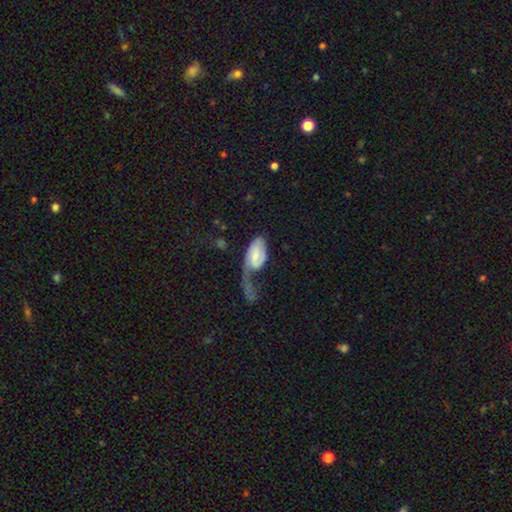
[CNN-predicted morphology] smooth_or_featured: featured or disk (p=0.49) [alt: smooth p=0.44]
merging: major disturbance (p=0.61) [alt: minor disturbance p=0.16]